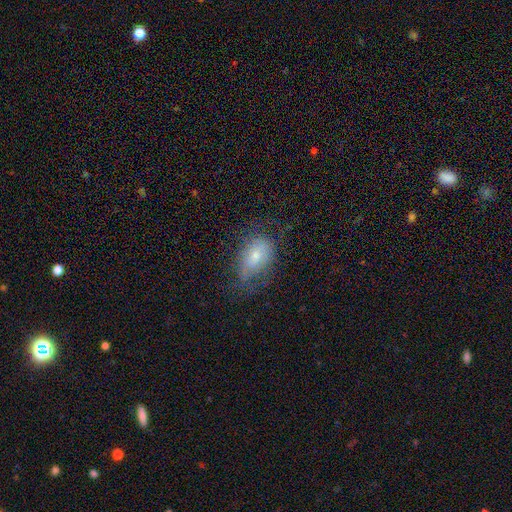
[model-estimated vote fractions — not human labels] Smooth or featured: smooth — 60% (featured or disk — 31%)
How rounded: in between — 87% (round — 11%)
Merging: none — 53% (minor disturbance — 28%)